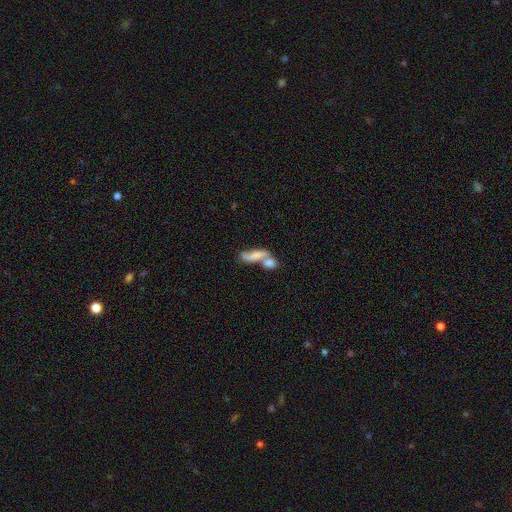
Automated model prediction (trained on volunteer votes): smooth 55%, featured or disk 36%, star or artifact 9%. Down the decision tree: how rounded — in between (48%); merging — merger (63%).